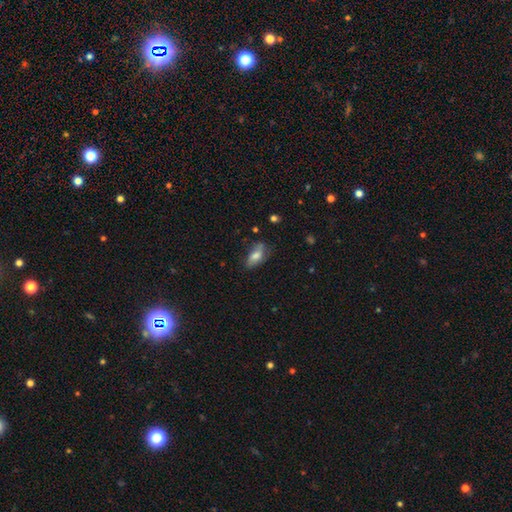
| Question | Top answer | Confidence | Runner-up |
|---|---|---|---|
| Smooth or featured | smooth | 79% | featured or disk (16%) |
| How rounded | in between | 87% | cigar-shaped (10%) |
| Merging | minor disturbance | 56% | none (31%) |